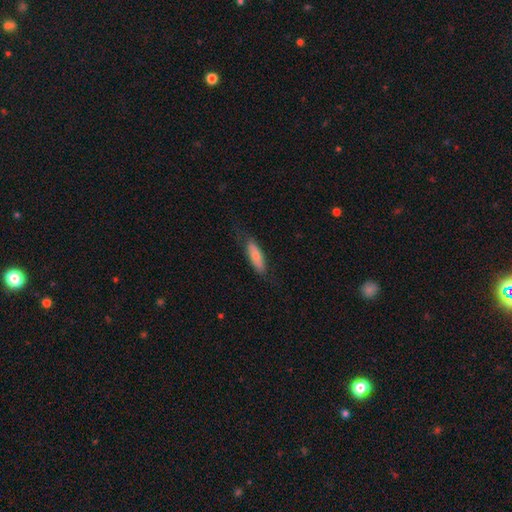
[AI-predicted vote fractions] Smooth or featured?
  - smooth: 70% *
  - featured or disk: 25%
  - star or artifact: 6%
How rounded?
  - in between: 51% *
  - cigar-shaped: 48%
  - round: 2%
Merging?
  - none: 72% *
  - minor disturbance: 21%
  - major disturbance: 6%
  - merger: 1%